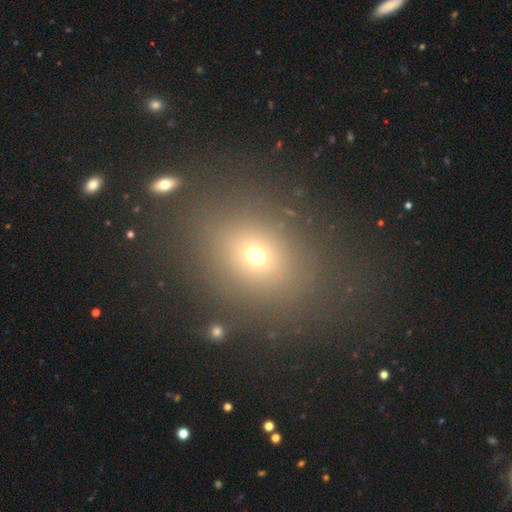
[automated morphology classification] Q: Smooth or featured?
A: smooth (64%); runner-up: star or artifact (25%)
Q: How rounded?
A: round (55%); runner-up: in between (43%)
Q: Merging?
A: none (82%); runner-up: minor disturbance (10%)